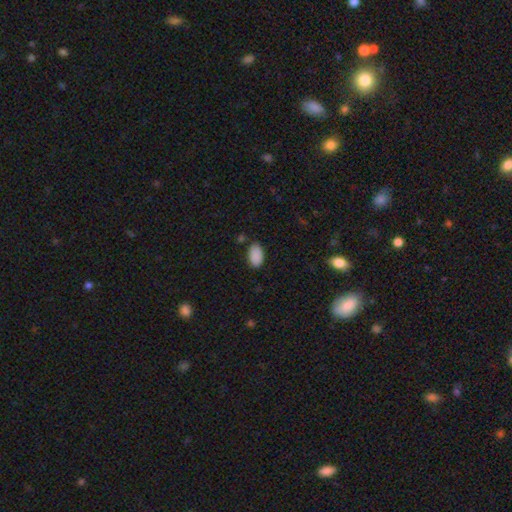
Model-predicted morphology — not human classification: A smooth galaxy with no disk features (89%) that is in between round and cigar-shaped (94%). Merging: none (81%).